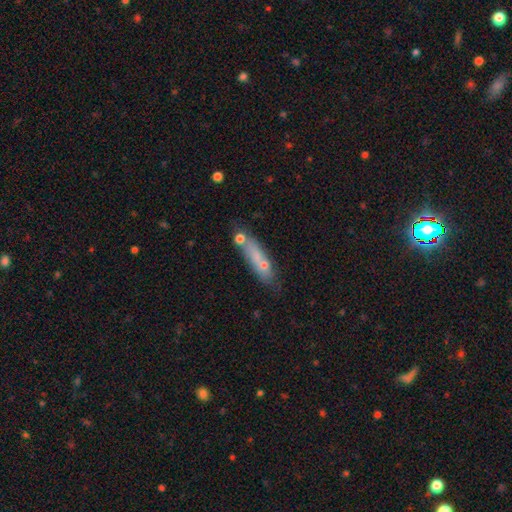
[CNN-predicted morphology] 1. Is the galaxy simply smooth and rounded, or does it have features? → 61% smooth, 29% featured or disk, 10% star or artifact.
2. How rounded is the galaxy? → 67% cigar-shaped, 29% in between, 4% round.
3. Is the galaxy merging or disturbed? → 60% none, 19% minor disturbance, 14% merger, 7% major disturbance.